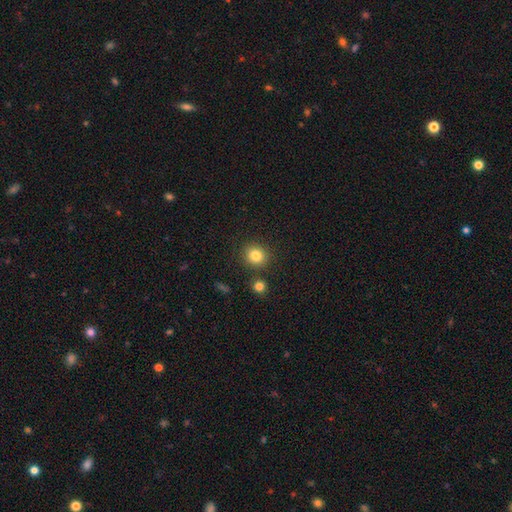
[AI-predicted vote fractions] Q: Smooth or featured?
A: smooth (83%); runner-up: star or artifact (11%)
Q: How rounded?
A: round (83%); runner-up: in between (16%)
Q: Merging?
A: none (84%); runner-up: minor disturbance (8%)